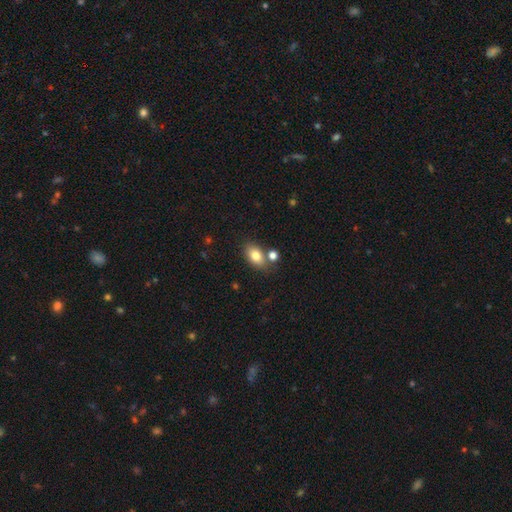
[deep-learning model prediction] smooth 80%, featured or disk 11%, star or artifact 9%. Down the decision tree: how rounded — in between (85%); merging — none (67%).